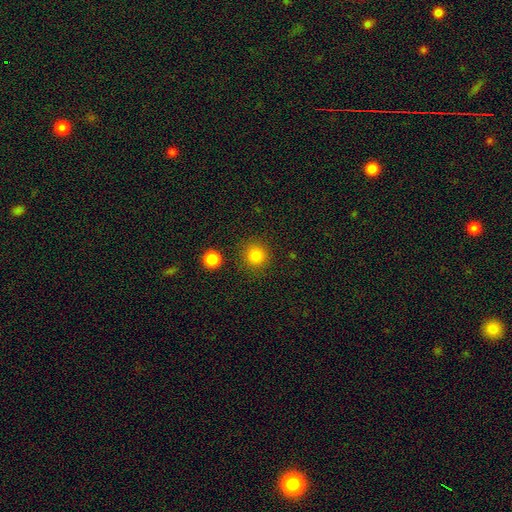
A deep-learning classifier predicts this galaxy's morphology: Overall: smooth (83%). How rounded: round (93%). Merging: none (87%).